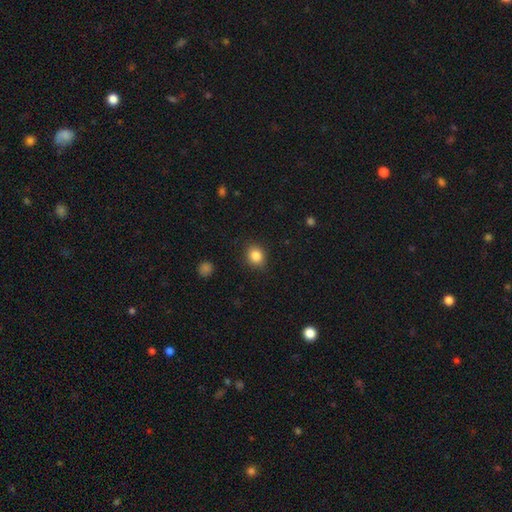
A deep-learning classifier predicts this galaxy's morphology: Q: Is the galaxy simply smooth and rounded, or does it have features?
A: smooth — 85%.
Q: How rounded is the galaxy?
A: round — 63%.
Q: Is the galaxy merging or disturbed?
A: none — 86%.